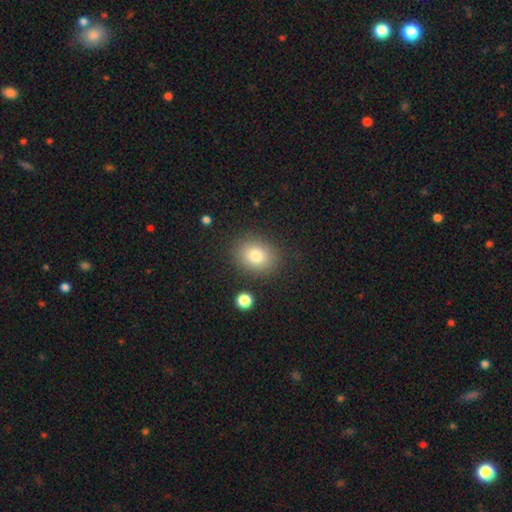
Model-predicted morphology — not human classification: The model was most divided on "how rounded": round: 54%, in between: 45%, cigar-shaped: 1%. More confident: merging — none (86%); smooth or featured — smooth (81%).